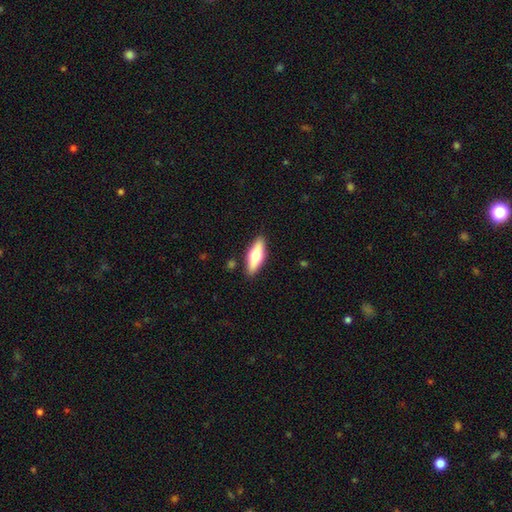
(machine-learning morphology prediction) smooth 54%, featured or disk 41%, star or artifact 6%. Down the decision tree: how rounded — in between (58%); merging — none (88%).